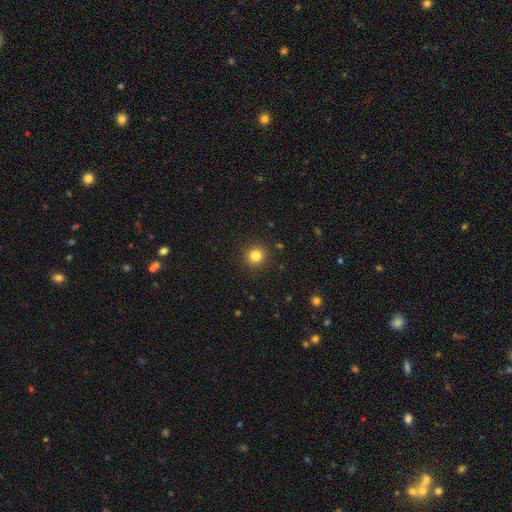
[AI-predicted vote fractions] smooth-or-featured: smooth: 82% | star or artifact: 12% | featured or disk: 6%
  how-rounded: round: 93% | in between: 6% | cigar-shaped: 1%
  merging: none: 91% | minor disturbance: 6% | major disturbance: 2% | merger: 1%